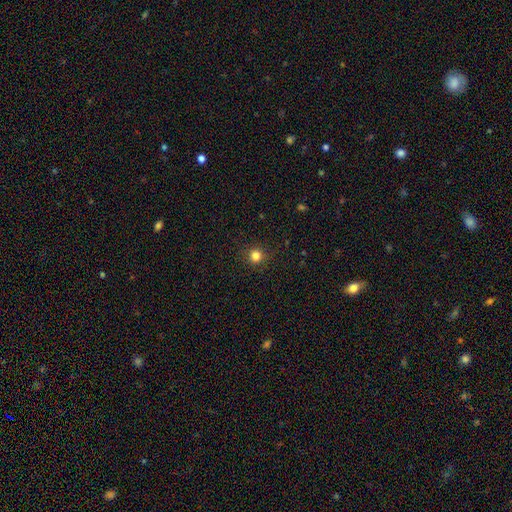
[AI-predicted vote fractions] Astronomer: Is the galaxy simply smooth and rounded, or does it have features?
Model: smooth — 82%.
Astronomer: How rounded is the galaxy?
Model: round — 93%.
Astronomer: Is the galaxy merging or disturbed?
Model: none — 91%.